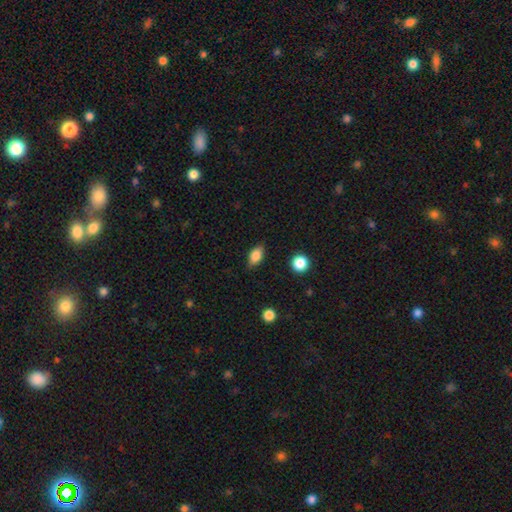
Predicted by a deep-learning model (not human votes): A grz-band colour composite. It shows a smooth galaxy with no disk features (83%) that is in between round and cigar-shaped (86%). Merging: none (83%).